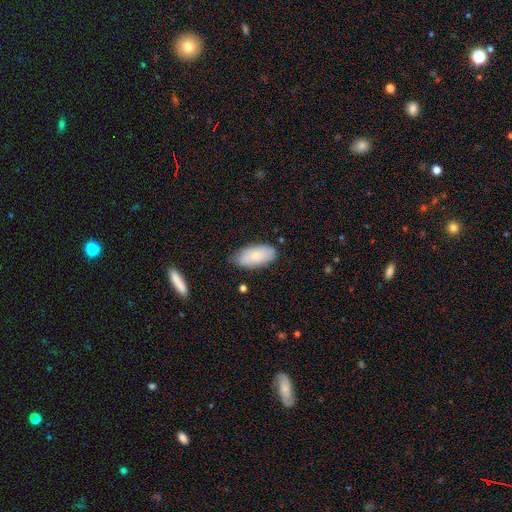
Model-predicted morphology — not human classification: smooth-or-featured: smooth: 80% | featured or disk: 14% | star or artifact: 6%
  how-rounded: in between: 92% | cigar-shaped: 6% | round: 2%
  merging: none: 76% | minor disturbance: 19% | major disturbance: 3% | merger: 2%